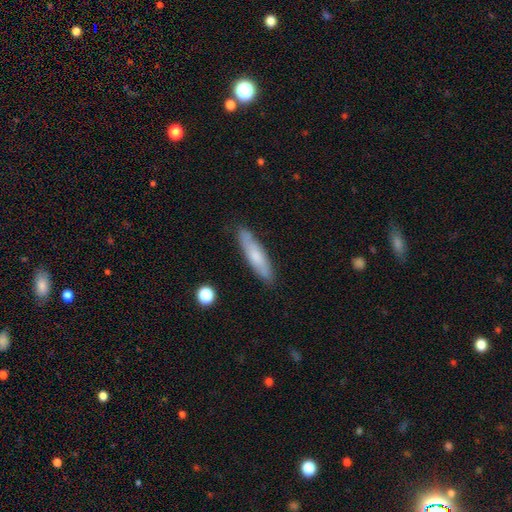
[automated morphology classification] Smooth or featured? smooth (68%)
How rounded? cigar-shaped (80%)
Merging? none (84%)